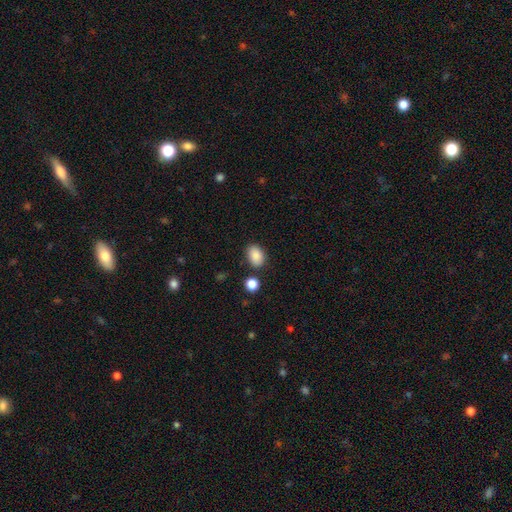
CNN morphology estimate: Smooth or featured? smooth (88%)
How rounded? in between (82%)
Merging? none (82%)